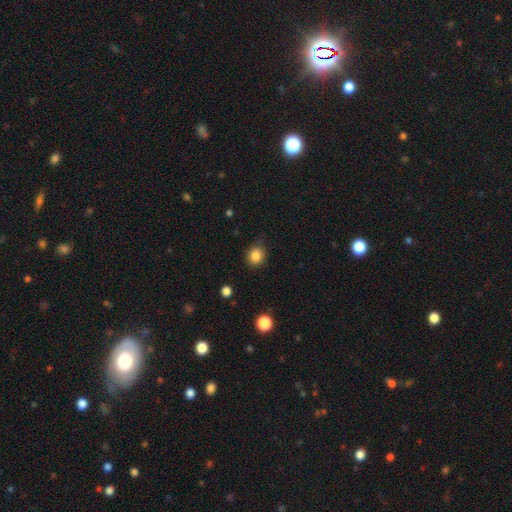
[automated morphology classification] smooth_or_featured: smooth (p=0.84) [alt: star or artifact p=0.11]
how_rounded: round (p=0.75) [alt: in between p=0.24]
merging: none (p=0.78) [alt: minor disturbance p=0.17]